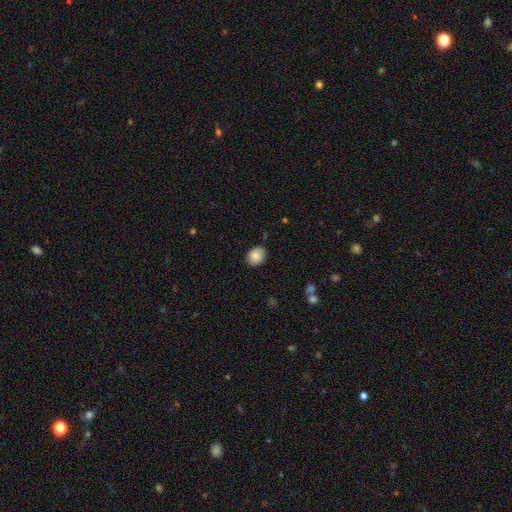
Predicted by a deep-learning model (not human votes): smooth 86%, star or artifact 8%, featured or disk 6%. Down the decision tree: how rounded — round (52%); merging — none (85%).